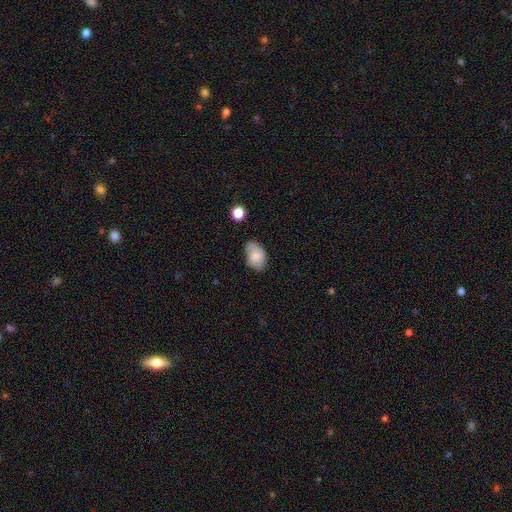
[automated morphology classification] A smooth galaxy with no disk features (76%) that is in between round and cigar-shaped (87%). Merging: none (60%).